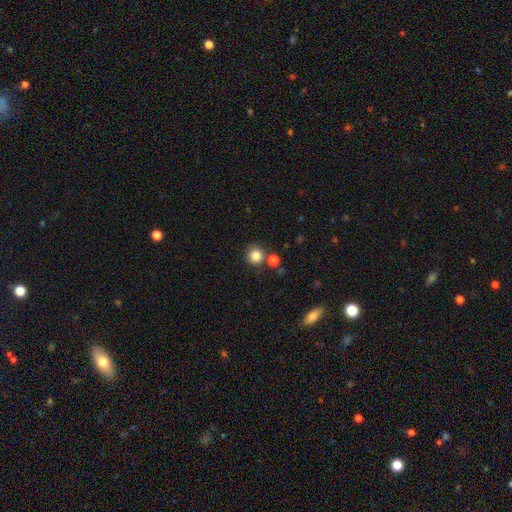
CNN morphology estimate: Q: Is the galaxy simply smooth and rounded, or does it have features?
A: smooth — 84%.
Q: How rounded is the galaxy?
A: round — 93%.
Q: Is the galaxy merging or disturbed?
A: none — 78%.